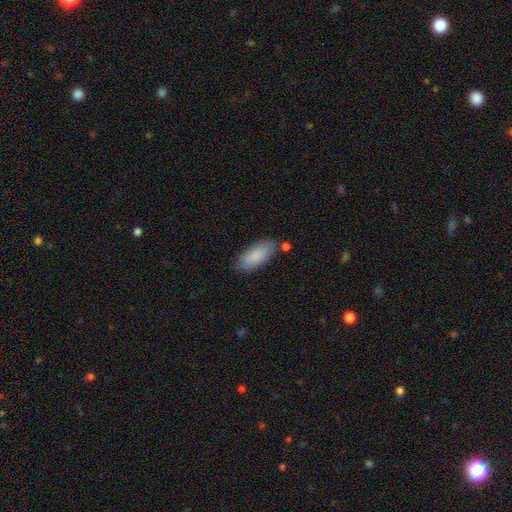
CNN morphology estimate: Overall: smooth (85%). How rounded: in between (83%). Merging: none (77%).